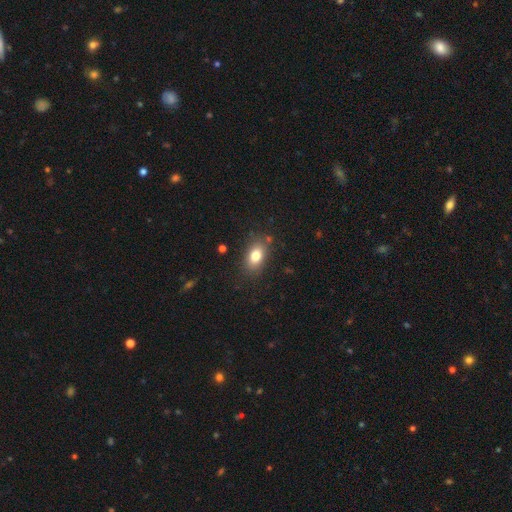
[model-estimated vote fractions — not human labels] Smooth or featured? smooth (80%)
How rounded? in between (85%)
Merging? none (82%)